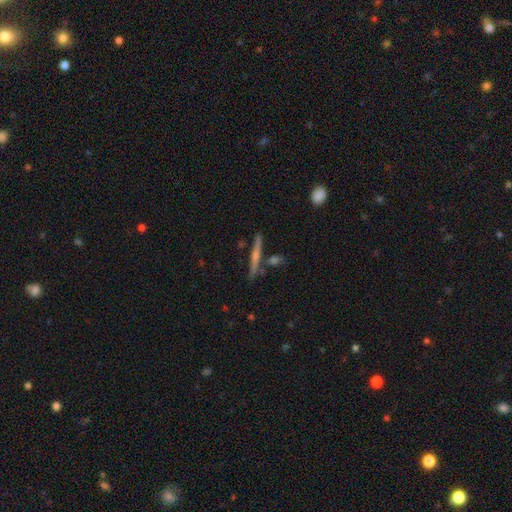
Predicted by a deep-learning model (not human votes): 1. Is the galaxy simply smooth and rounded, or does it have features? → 59% featured or disk, 34% smooth, 7% star or artifact.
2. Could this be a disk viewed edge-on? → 97% yes, 3% no.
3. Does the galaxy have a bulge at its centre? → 65% rounded, 26% none, 9% boxy.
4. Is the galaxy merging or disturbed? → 83% none, 8% minor disturbance, 6% merger, 2% major disturbance.